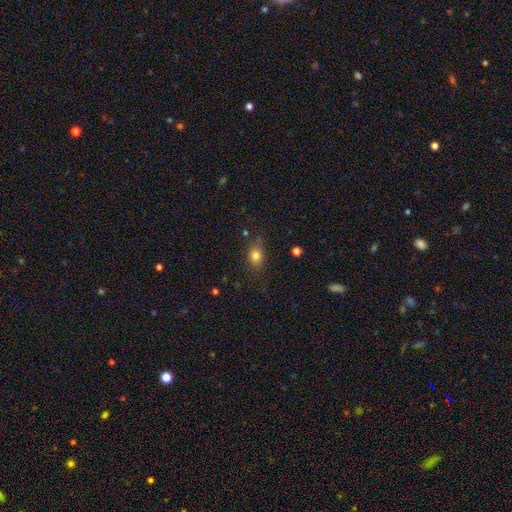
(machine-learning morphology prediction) Smooth or featured?
  - smooth: 80% *
  - star or artifact: 12%
  - featured or disk: 7%
How rounded?
  - round: 50% *
  - in between: 49%
  - cigar-shaped: 2%
Merging?
  - none: 77% *
  - minor disturbance: 16%
  - major disturbance: 5%
  - merger: 3%